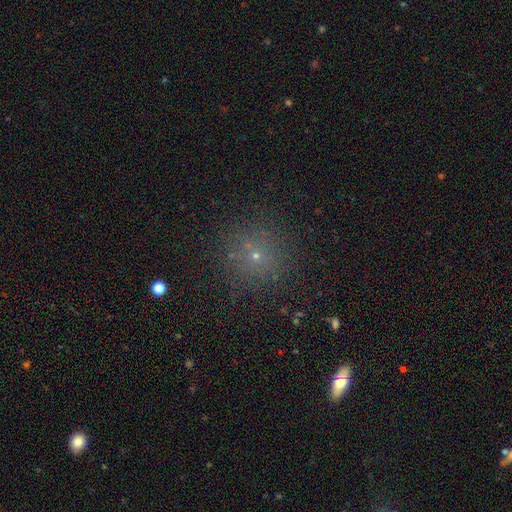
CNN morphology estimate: Smooth or featured: smooth — 59% (star or artifact — 30%)
How rounded: round — 93% (in between — 6%)
Merging: none — 85% (minor disturbance — 9%)